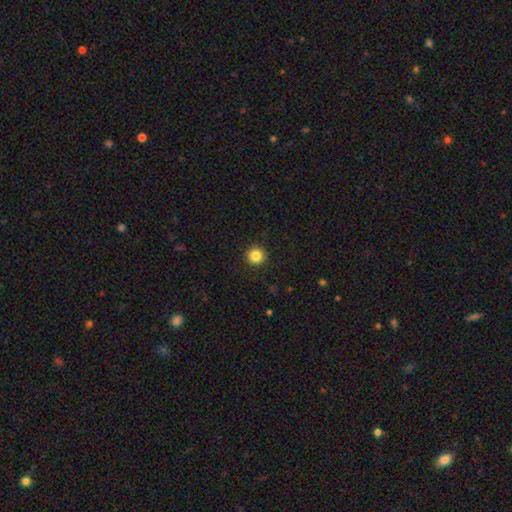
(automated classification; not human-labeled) Smooth or featured?
  - smooth: 85% *
  - star or artifact: 11%
  - featured or disk: 4%
How rounded?
  - round: 95% *
  - in between: 4%
  - cigar-shaped: 1%
Merging?
  - none: 92% *
  - minor disturbance: 5%
  - major disturbance: 2%
  - merger: 1%